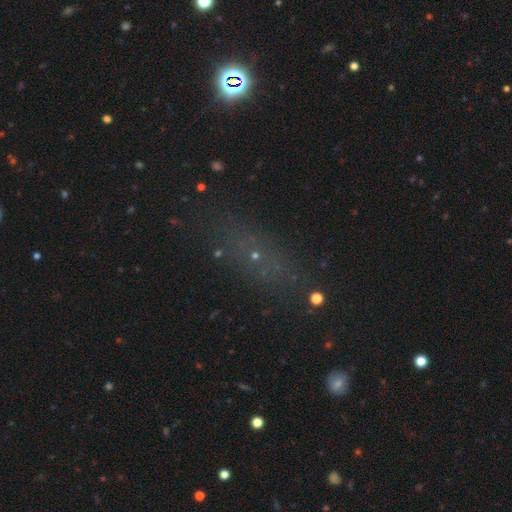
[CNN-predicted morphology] This appears to be a star or artifact, not a galaxy (40%).